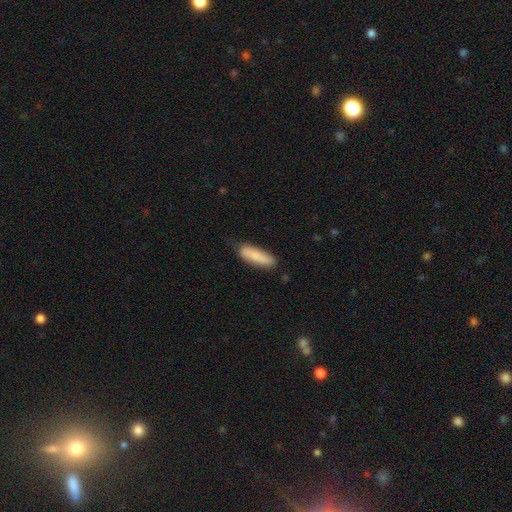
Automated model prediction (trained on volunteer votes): smooth-or-featured: smooth: 81% | featured or disk: 13% | star or artifact: 6%
  how-rounded: cigar-shaped: 59% | in between: 39% | round: 2%
  merging: none: 75% | minor disturbance: 20% | major disturbance: 3% | merger: 2%